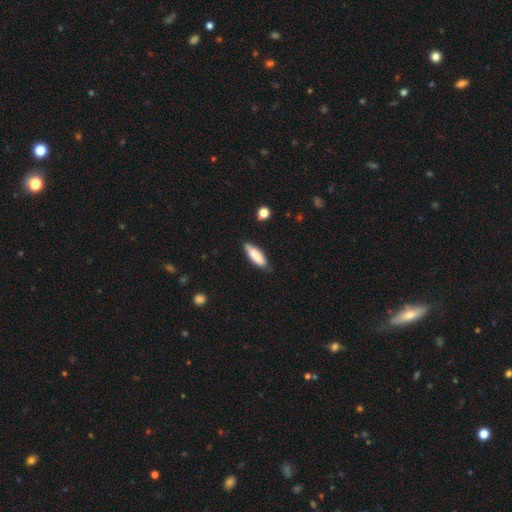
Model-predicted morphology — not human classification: smooth 79%, featured or disk 16%, star or artifact 6%. Down the decision tree: how rounded — in between (51%); merging — none (80%).